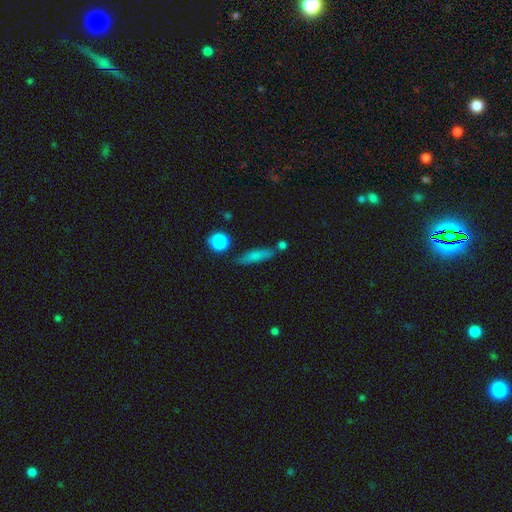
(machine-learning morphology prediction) smooth-or-featured: smooth: 72% | featured or disk: 19% | star or artifact: 9%
  how-rounded: cigar-shaped: 69% | in between: 27% | round: 5%
  merging: none: 70% | minor disturbance: 16% | merger: 9% | major disturbance: 5%